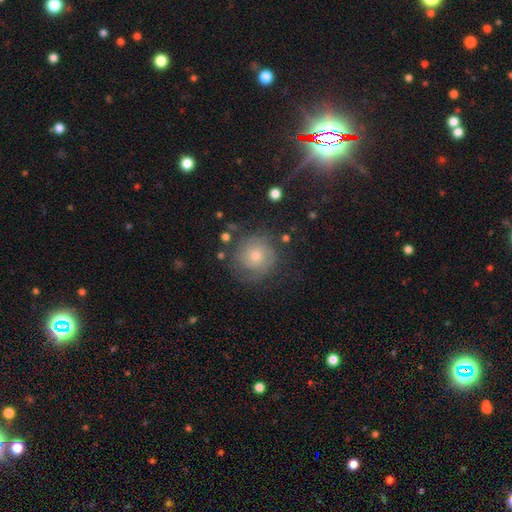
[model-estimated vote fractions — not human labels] smooth_or_featured: featured or disk (p=0.55) [alt: smooth p=0.28]
disk_edge_on: no (p=0.97) [alt: yes p=0.03]
bar: no (p=0.82) [alt: weak p=0.15]
has_spiral_arms: yes (p=0.84) [alt: no p=0.16]
bulge_size: moderate (p=0.48) [alt: small p=0.46]
merging: none (p=0.76) [alt: minor disturbance p=0.14]